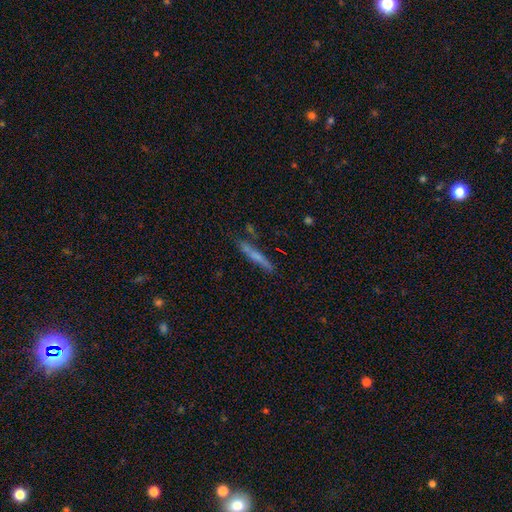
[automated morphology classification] smooth 54%, featured or disk 37%, star or artifact 9%. Down the decision tree: how rounded — cigar-shaped (94%); merging — none (74%).